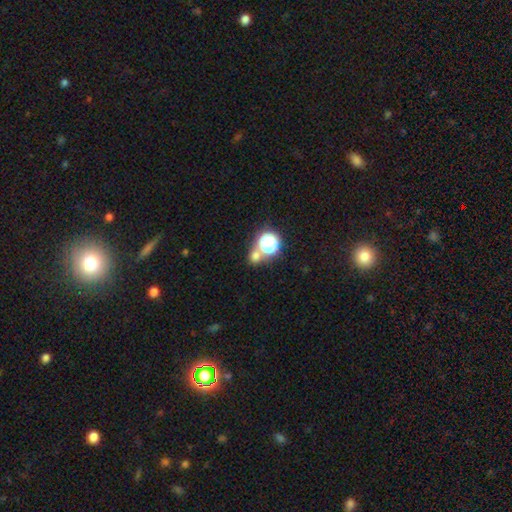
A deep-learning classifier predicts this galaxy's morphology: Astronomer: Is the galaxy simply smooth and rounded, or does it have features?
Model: smooth — 63%.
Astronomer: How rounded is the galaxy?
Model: round — 80%.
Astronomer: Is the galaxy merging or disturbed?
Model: none — 54% (runner-up: merger, 34%).